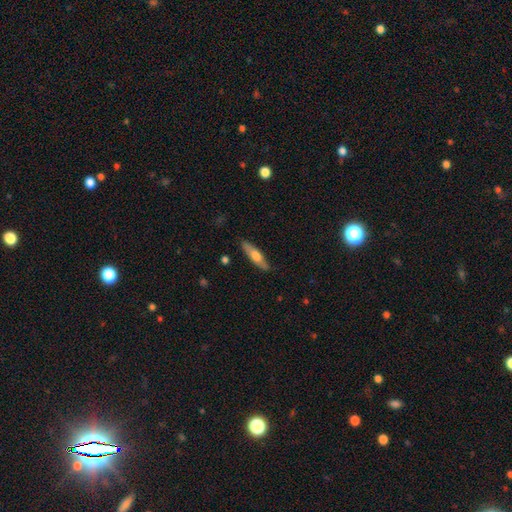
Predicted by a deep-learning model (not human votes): Smooth or featured? smooth (57%)
How rounded? cigar-shaped (73%)
Merging? none (87%)